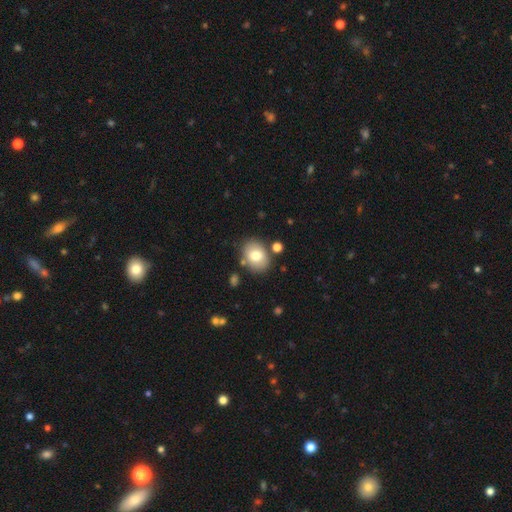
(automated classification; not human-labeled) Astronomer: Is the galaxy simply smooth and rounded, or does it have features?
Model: smooth — 75%.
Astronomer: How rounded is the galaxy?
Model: in between — 58% (runner-up: round, 41%).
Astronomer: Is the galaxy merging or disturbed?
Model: none — 80%.